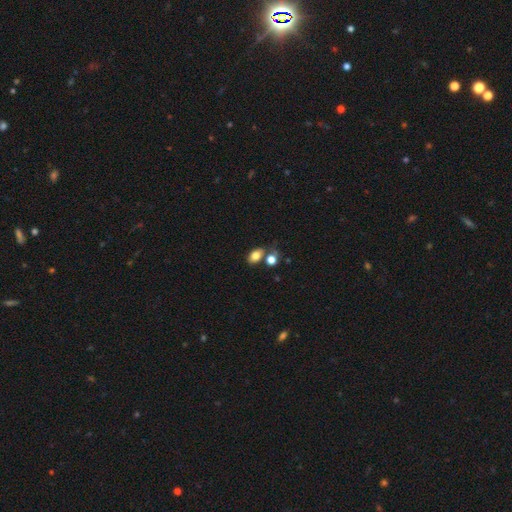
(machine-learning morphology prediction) Overall: smooth (80%). How rounded: in between (82%). Merging: none (61%).